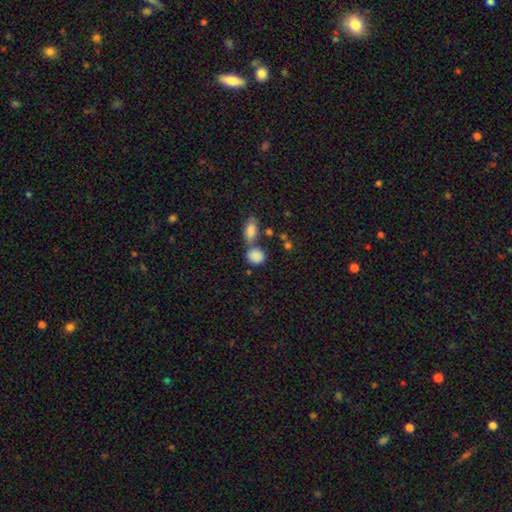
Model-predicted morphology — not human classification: Smooth or featured?
  - smooth: 86% *
  - star or artifact: 8%
  - featured or disk: 6%
How rounded?
  - round: 52% *
  - in between: 46%
  - cigar-shaped: 3%
Merging?
  - none: 47% *
  - merger: 36%
  - minor disturbance: 12%
  - major disturbance: 5%